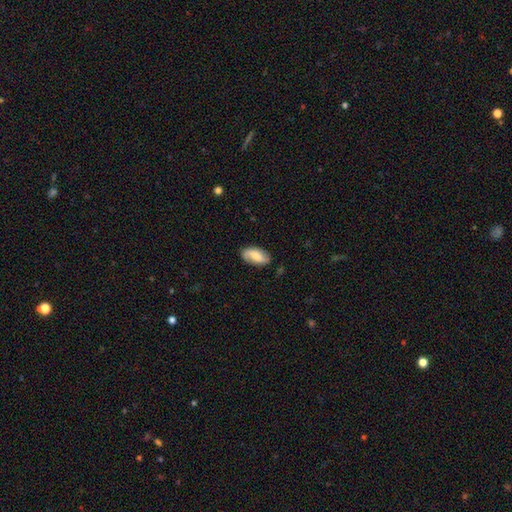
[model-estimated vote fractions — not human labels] Overall: smooth (58%; featured or disk 35%). How rounded: in between (92%). Merging: none (81%).